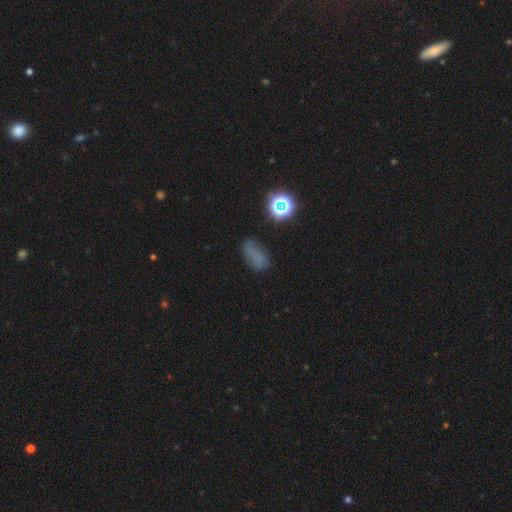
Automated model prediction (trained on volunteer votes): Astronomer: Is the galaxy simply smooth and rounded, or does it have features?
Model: smooth — 59%.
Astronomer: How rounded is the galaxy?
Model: in between — 83%.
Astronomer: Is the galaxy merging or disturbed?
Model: none — 59%.